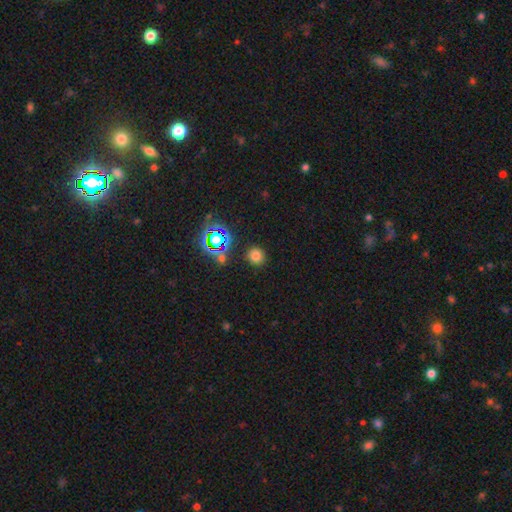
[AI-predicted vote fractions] smooth_or_featured: smooth (p=0.72) [alt: star or artifact p=0.22]
how_rounded: round (p=0.91) [alt: in between p=0.08]
merging: none (p=0.86) [alt: minor disturbance p=0.07]